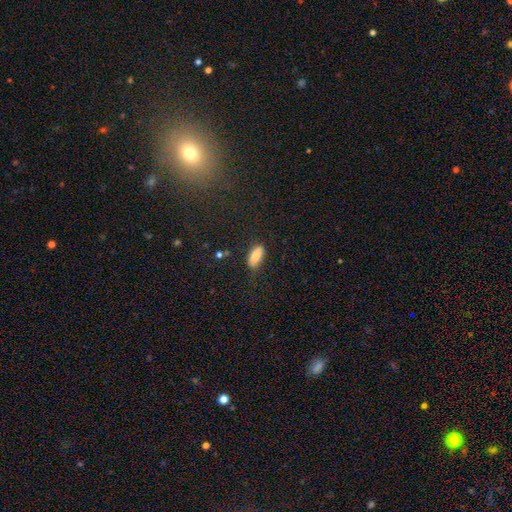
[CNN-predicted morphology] smooth_or_featured: smooth (p=0.83) [alt: featured or disk p=0.09]
how_rounded: in between (p=0.89) [alt: cigar-shaped p=0.09]
merging: none (p=0.81) [alt: minor disturbance p=0.14]